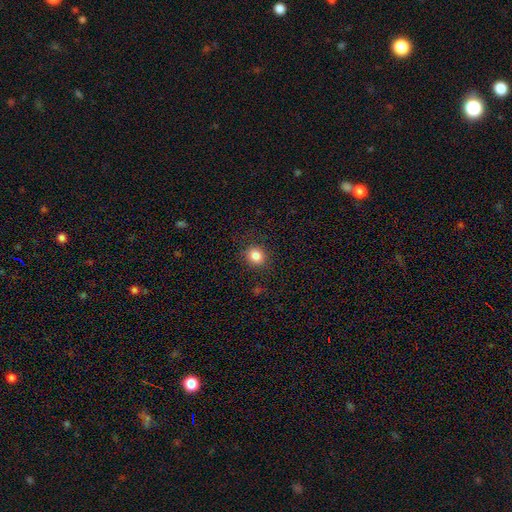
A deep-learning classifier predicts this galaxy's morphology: smooth_or_featured: smooth (p=0.85) [alt: star or artifact p=0.11]
how_rounded: round (p=0.78) [alt: in between p=0.21]
merging: none (p=0.88) [alt: minor disturbance p=0.08]